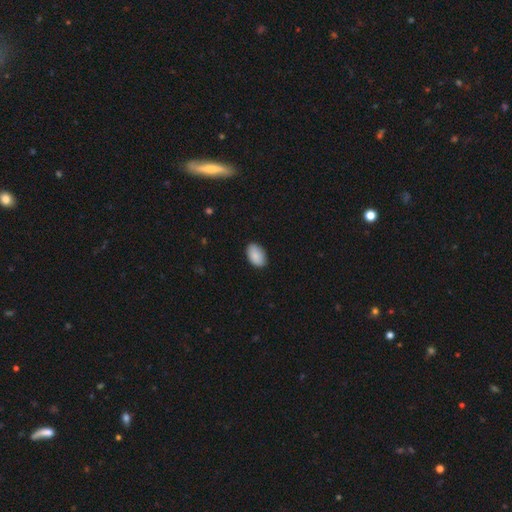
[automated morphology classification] type=smooth (89%); roundness=in between (93%); merging=none (86%).